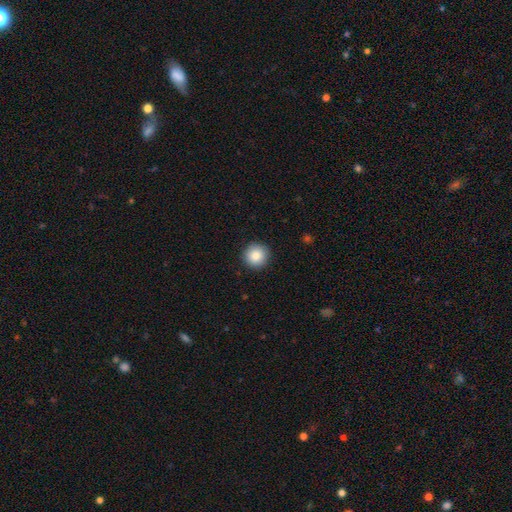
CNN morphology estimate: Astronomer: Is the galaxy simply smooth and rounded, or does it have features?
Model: smooth — 85%.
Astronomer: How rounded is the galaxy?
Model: round — 95%.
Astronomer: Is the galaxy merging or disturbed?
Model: none — 92%.